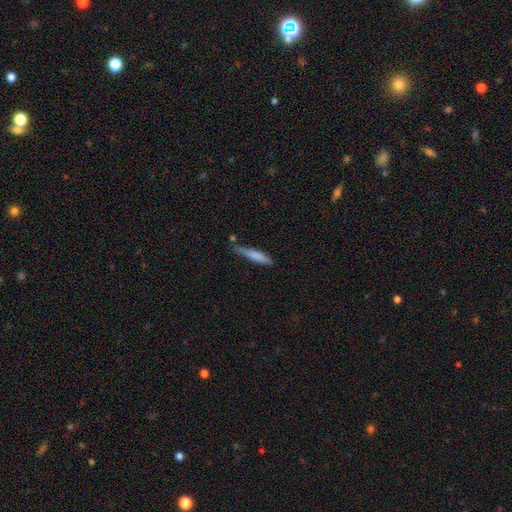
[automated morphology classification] Smooth or featured? Predicted: smooth (p=0.77). How rounded? Predicted: cigar-shaped (p=0.88). Merging? Predicted: none (p=0.52).